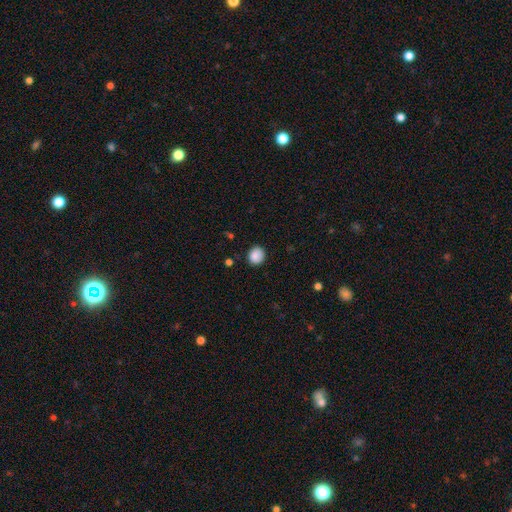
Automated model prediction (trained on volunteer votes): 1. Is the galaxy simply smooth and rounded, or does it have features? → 87% smooth, 8% star or artifact, 5% featured or disk.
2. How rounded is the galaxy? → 78% round, 21% in between, 1% cigar-shaped.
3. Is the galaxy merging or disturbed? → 87% none, 10% minor disturbance, 2% major disturbance, 1% merger.